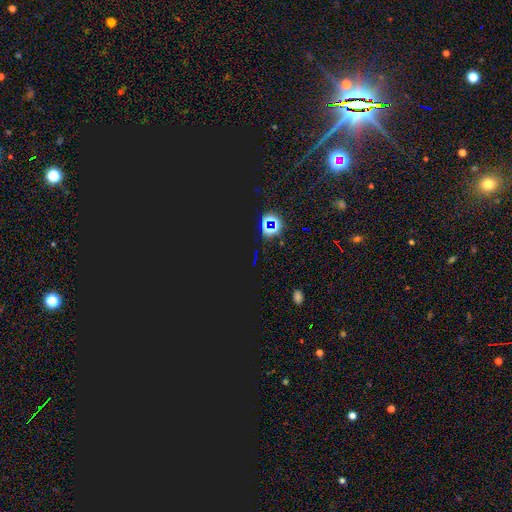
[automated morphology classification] This is clearly a star or artifact rather than a galaxy (85%).